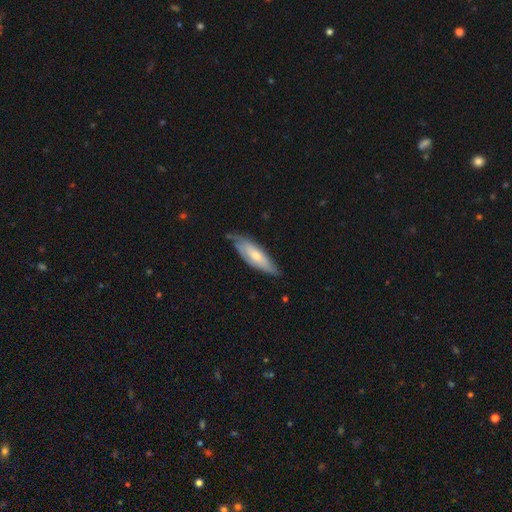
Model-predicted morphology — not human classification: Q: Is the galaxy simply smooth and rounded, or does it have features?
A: featured or disk — 50%.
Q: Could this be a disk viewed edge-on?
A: no — 67%.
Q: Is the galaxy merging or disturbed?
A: none — 61%.